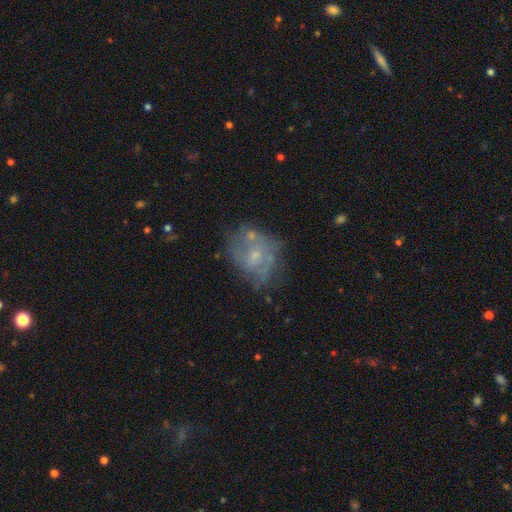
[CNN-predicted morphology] smooth_or_featured: featured or disk (p=0.58) [alt: smooth p=0.31]
disk_edge_on: no (p=0.97) [alt: yes p=0.03]
bar: no (p=0.74) [alt: weak p=0.23]
has_spiral_arms: no (p=0.50) [tied with: yes p=0.50]
bulge_size: small (p=0.66) [alt: moderate p=0.24]
merging: none (p=0.50) [alt: minor disturbance p=0.24]